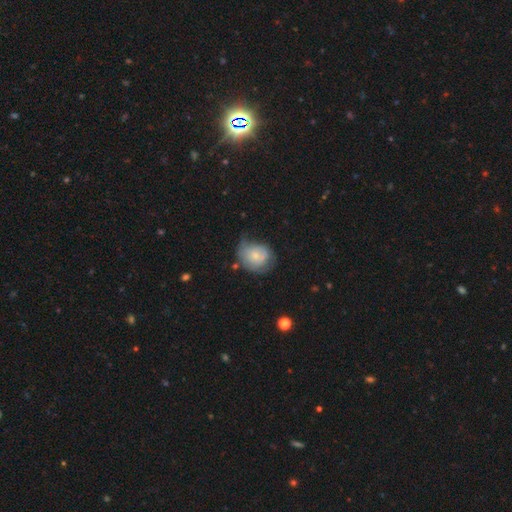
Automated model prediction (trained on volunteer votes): Smooth or featured? smooth (54%)
How rounded? round (62%)
Merging? none (40%)